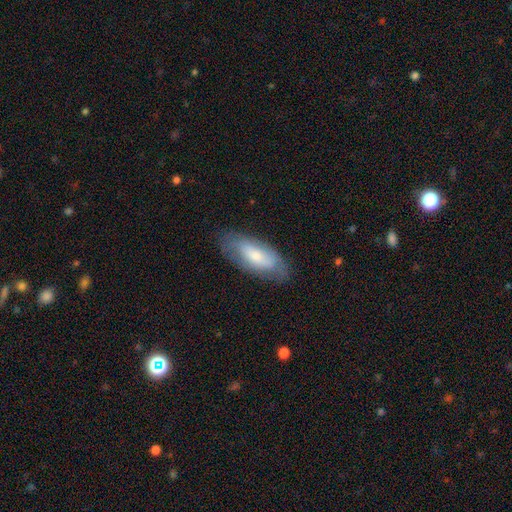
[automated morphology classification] The model was most divided on "smooth or featured": smooth: 62%, featured or disk: 32%, star or artifact: 7%. More confident: how rounded — in between (79%); merging — none (75%).